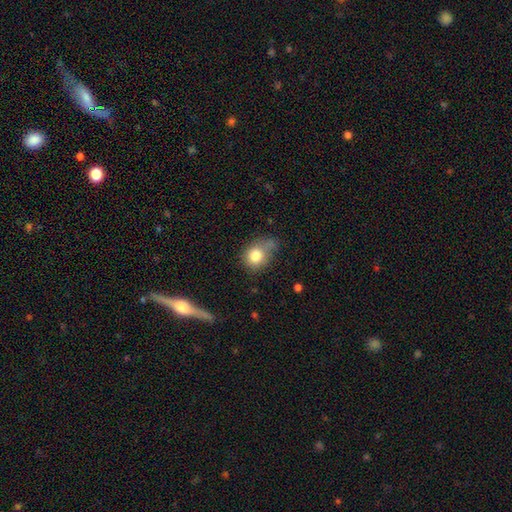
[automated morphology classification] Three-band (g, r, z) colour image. It shows a smooth galaxy with no disk features (79%) that is round (58%). Merging: none (41%).